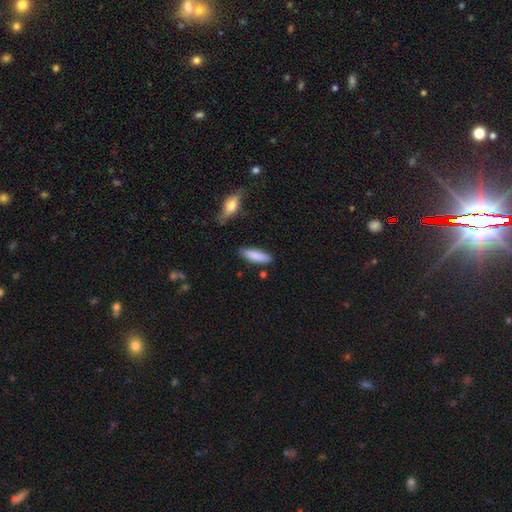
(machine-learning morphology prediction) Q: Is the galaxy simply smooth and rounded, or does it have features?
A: smooth — 85%.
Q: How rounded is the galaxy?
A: cigar-shaped — 56%.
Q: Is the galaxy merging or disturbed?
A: none — 84%.